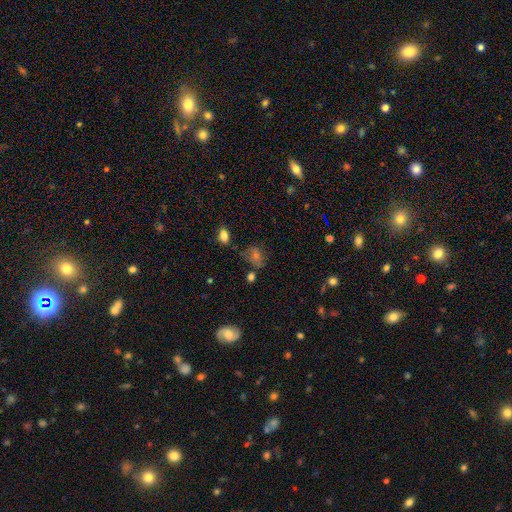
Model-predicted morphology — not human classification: Q: Smooth or featured?
A: smooth (45%); runner-up: featured or disk (28%)
Q: Merging?
A: none (64%); runner-up: minor disturbance (20%)